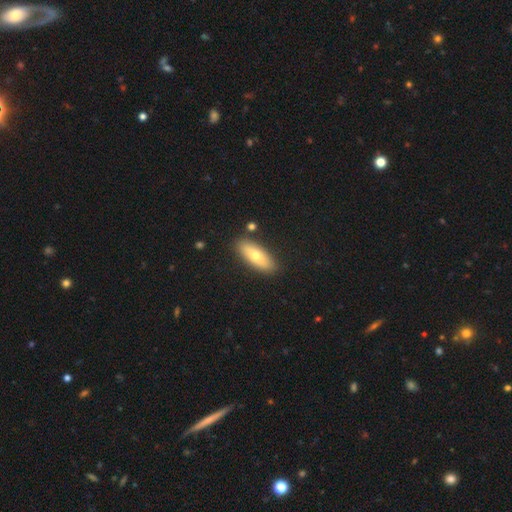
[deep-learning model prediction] Morphology: type=smooth (66%); roundness=in between (69%); merging=none (87%).